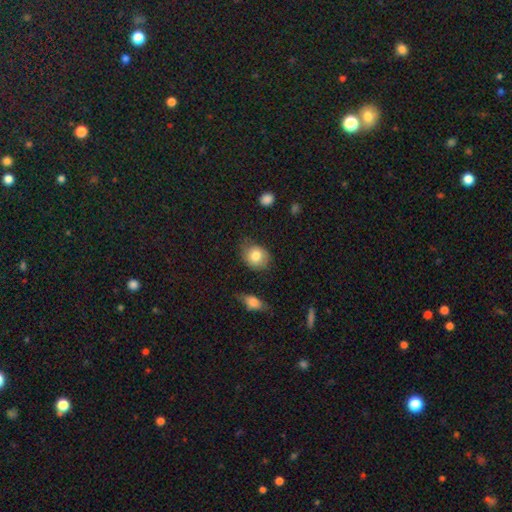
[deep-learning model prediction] Smooth or featured: smooth — 80% (featured or disk — 12%)
How rounded: round — 54% (in between — 45%)
Merging: none — 69% (minor disturbance — 23%)